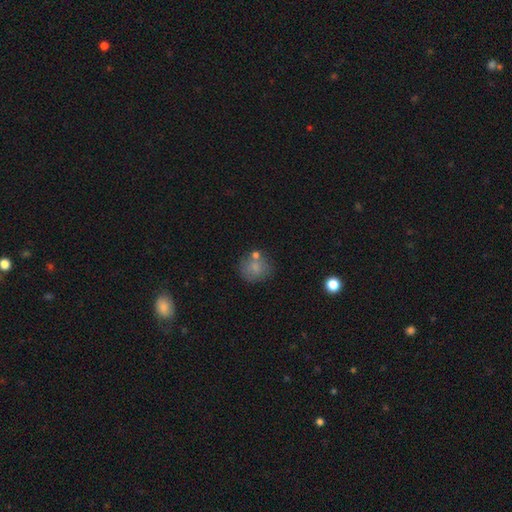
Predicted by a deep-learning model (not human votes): This is likely a smooth galaxy (66%). How rounded: clearly round (83%). Merging: likely none (69%).